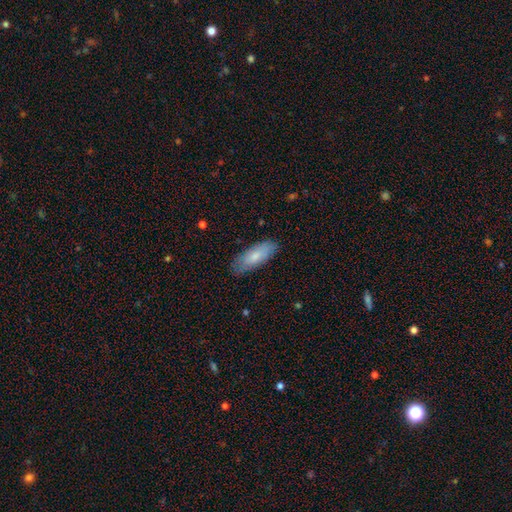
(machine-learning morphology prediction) smooth 75%, featured or disk 19%, star or artifact 6%. Down the decision tree: how rounded — in between (72%); merging — none (81%).